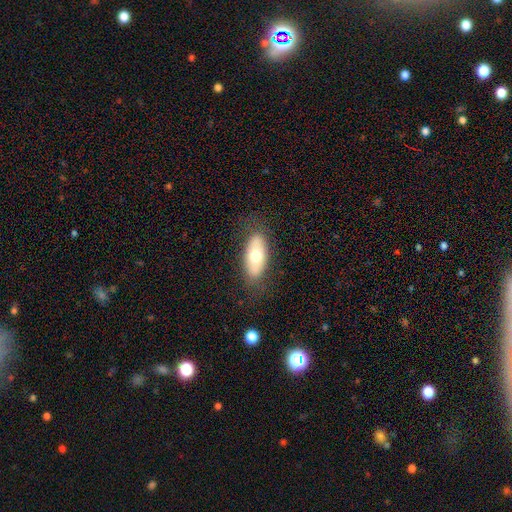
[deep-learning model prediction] Smooth or featured? Predicted: smooth (p=0.62). How rounded? Predicted: in between (p=0.86). Merging? Predicted: none (p=0.80).